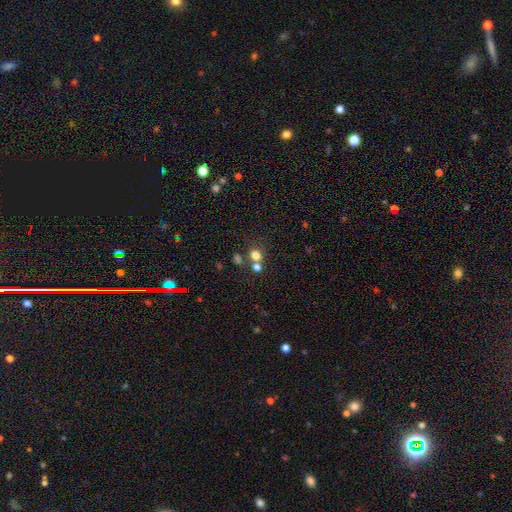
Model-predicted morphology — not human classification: The model was most divided on "merging": none: 57%, merger: 31%, minor disturbance: 8%, major disturbance: 4%. More confident: how rounded — round (77%); smooth or featured — smooth (73%).